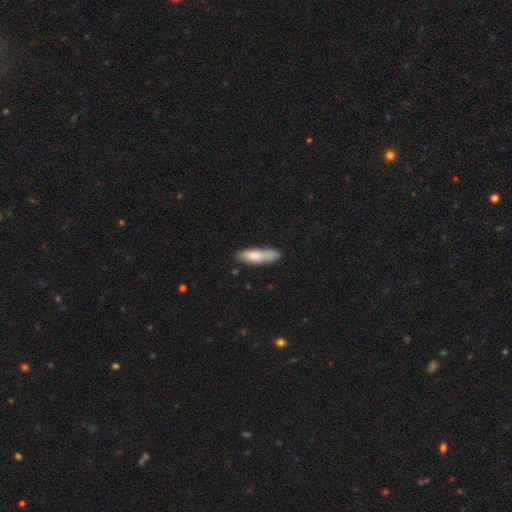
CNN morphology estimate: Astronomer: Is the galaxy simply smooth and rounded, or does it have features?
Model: smooth — 76%.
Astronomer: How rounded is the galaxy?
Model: cigar-shaped — 63%.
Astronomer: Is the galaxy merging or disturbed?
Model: none — 60%.